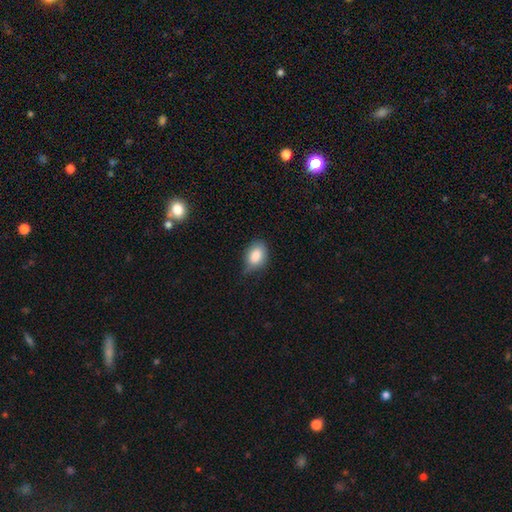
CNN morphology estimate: smooth_or_featured: smooth (p=0.86) [alt: star or artifact p=0.07]
how_rounded: in between (p=0.82) [alt: round p=0.17]
merging: none (p=0.55) [alt: minor disturbance p=0.37]